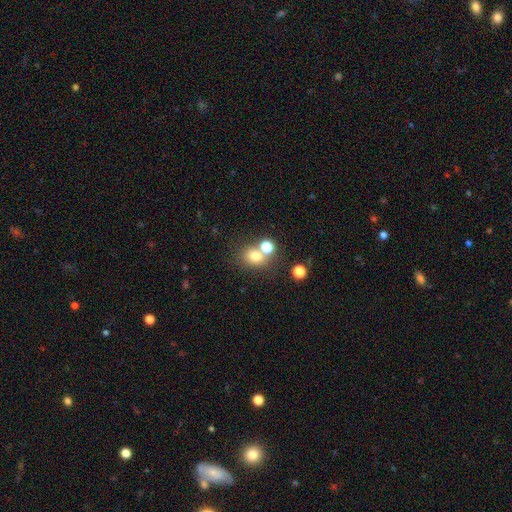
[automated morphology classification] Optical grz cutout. It shows a smooth galaxy with no disk features (73%) that is round (67%). Merging: none (57%).